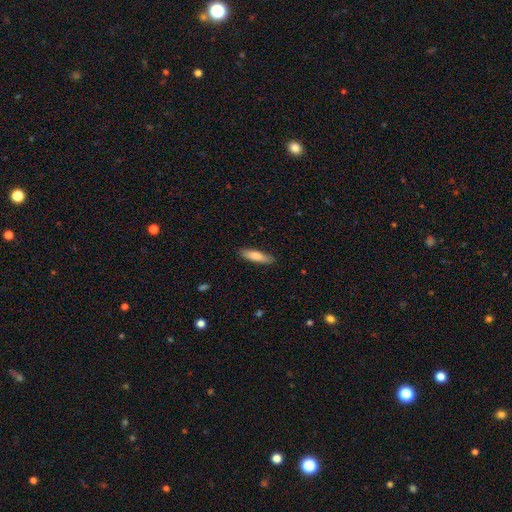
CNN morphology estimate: Smooth or featured? Predicted: smooth (p=0.74). How rounded? Predicted: cigar-shaped (p=0.72). Merging? Predicted: none (p=0.88).